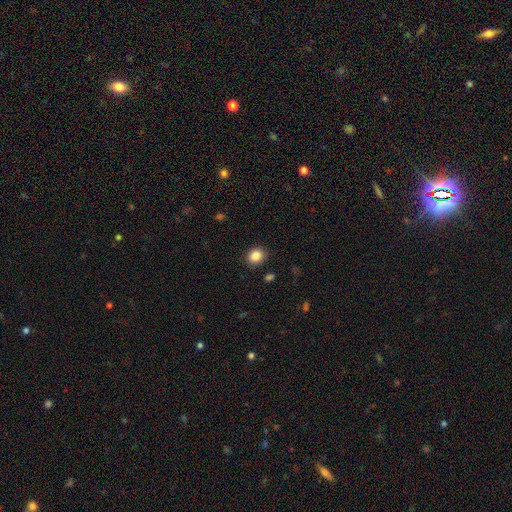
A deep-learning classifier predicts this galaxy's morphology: Smooth or featured: smooth — 86% (star or artifact — 10%)
How rounded: round — 67% (in between — 33%)
Merging: none — 89% (minor disturbance — 8%)